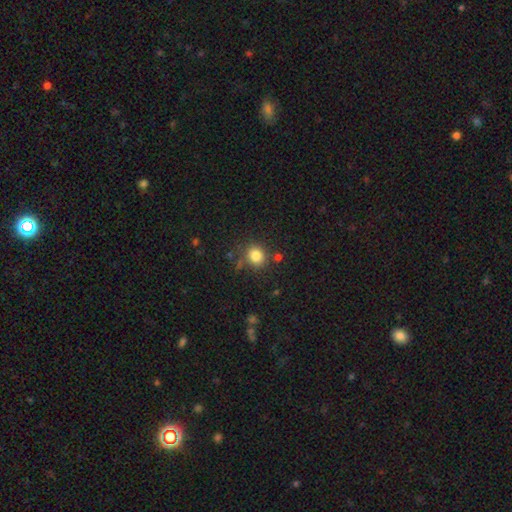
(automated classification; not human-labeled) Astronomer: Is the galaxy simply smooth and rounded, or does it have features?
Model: smooth — 82%.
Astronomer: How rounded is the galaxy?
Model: round — 76%.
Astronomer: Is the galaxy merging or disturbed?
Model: none — 78%.